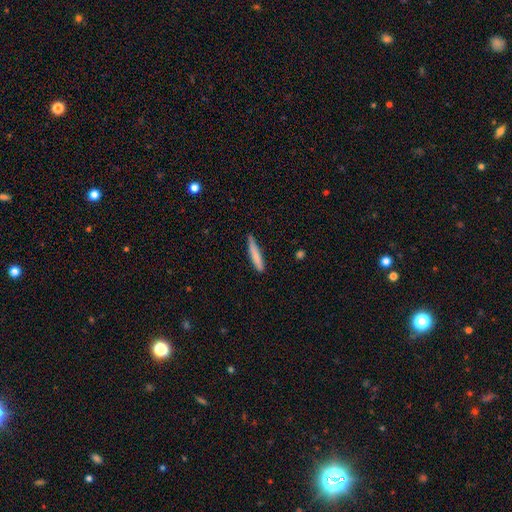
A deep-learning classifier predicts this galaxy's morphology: smooth_or_featured: smooth (p=0.79) [alt: featured or disk p=0.15]
how_rounded: cigar-shaped (p=0.93) [alt: in between p=0.06]
merging: none (p=0.79) [alt: minor disturbance p=0.17]